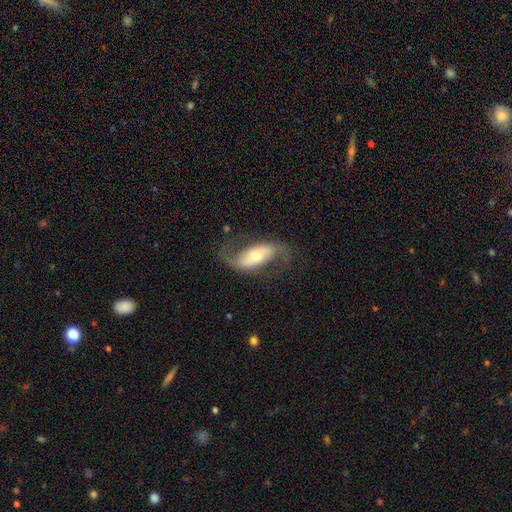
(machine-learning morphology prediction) Smooth or featured?
  - featured or disk: 81% *
  - smooth: 14%
  - star or artifact: 5%
Edge-on disk?
  - no: 94% *
  - yes: 6%
Bar?
  - strong: 37% *
  - weak: 32%
  - no: 32%
Spiral arms?
  - yes: 92% *
  - no: 8%
Spiral winding?
  - loose: 62% *
  - medium: 30%
  - tight: 8%
Spiral arm count?
  - 2: 92% *
  - can't tell: 3%
  - 1: 2%
  - 3: 1%
  - 4: 1%
  - more than 4: 1%
Bulge size?
  - moderate: 55% *
  - small: 34%
  - large: 8%
  - dominant: 2%
  - none: 1%
Merging?
  - none: 71% *
  - minor disturbance: 15%
  - major disturbance: 12%
  - merger: 2%